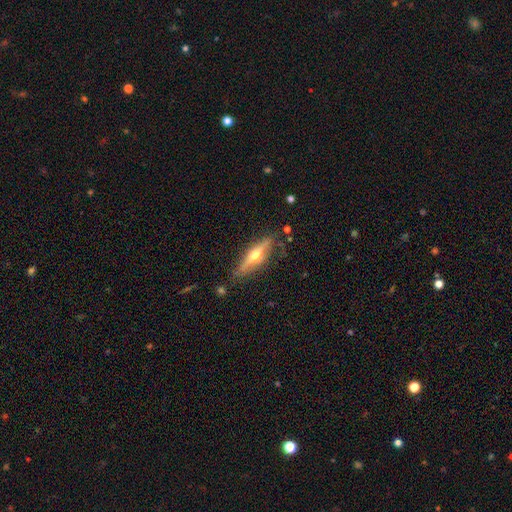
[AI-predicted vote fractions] The model was most divided on "smooth or featured": featured or disk: 72%, smooth: 22%, star or artifact: 6%. More confident: edge-on bulge — rounded (95%); edge-on disk — yes (94%); merging — none (83%).